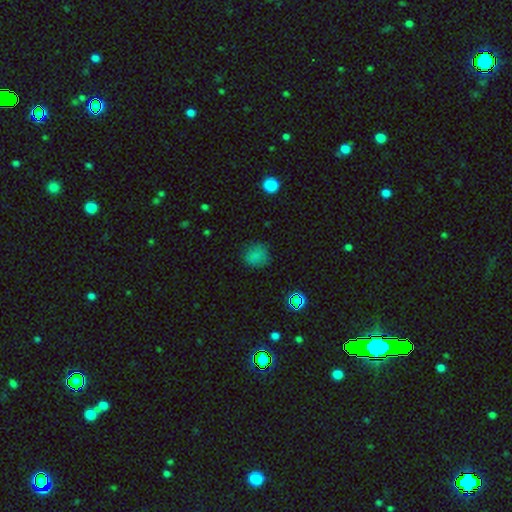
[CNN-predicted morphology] Smooth or featured?
  - smooth: 77% *
  - star or artifact: 18%
  - featured or disk: 6%
How rounded?
  - round: 82% *
  - in between: 17%
  - cigar-shaped: 1%
Merging?
  - none: 78% *
  - minor disturbance: 16%
  - major disturbance: 5%
  - merger: 1%